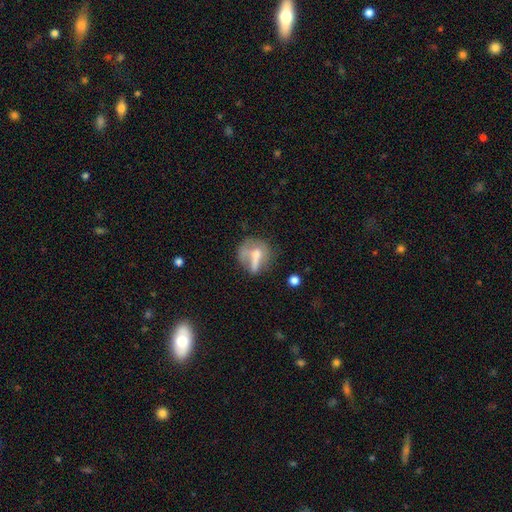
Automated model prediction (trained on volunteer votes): Q: Smooth or featured?
A: smooth (51%); runner-up: featured or disk (38%)
Q: How rounded?
A: round (64%); runner-up: in between (32%)
Q: Merging?
A: none (38%); runner-up: major disturbance (25%)